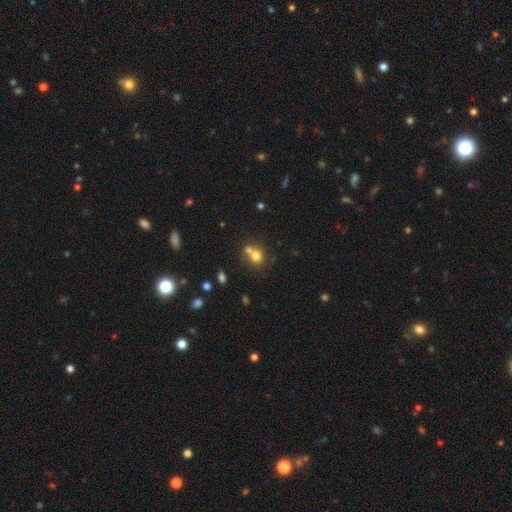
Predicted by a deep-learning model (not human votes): Smooth or featured: smooth — 72% (featured or disk — 14%)
How rounded: round — 76% (in between — 23%)
Merging: merger — 47% (none — 42%)